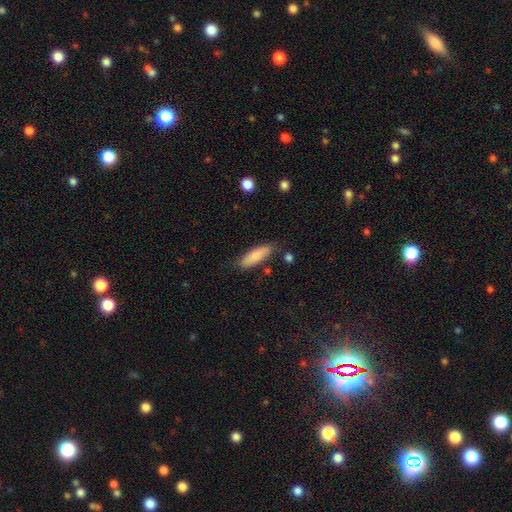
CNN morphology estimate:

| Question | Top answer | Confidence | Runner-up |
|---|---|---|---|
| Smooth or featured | smooth | 81% | featured or disk (13%) |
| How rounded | in between | 53% | cigar-shaped (46%) |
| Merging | none | 77% | minor disturbance (16%) |